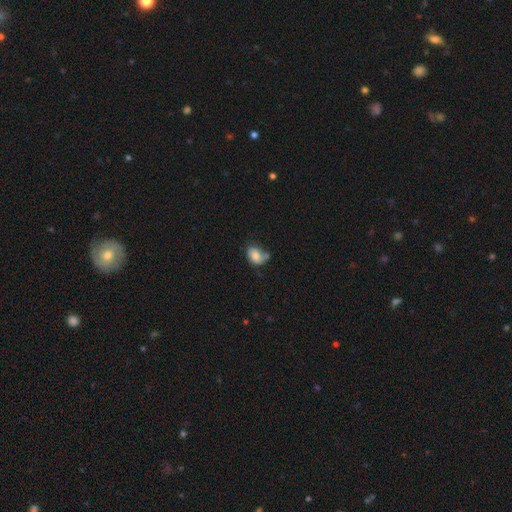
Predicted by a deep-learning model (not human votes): Q: Smooth or featured?
A: smooth (68%); runner-up: featured or disk (23%)
Q: How rounded?
A: in between (76%); runner-up: round (22%)
Q: Merging?
A: none (40%); runner-up: minor disturbance (32%)